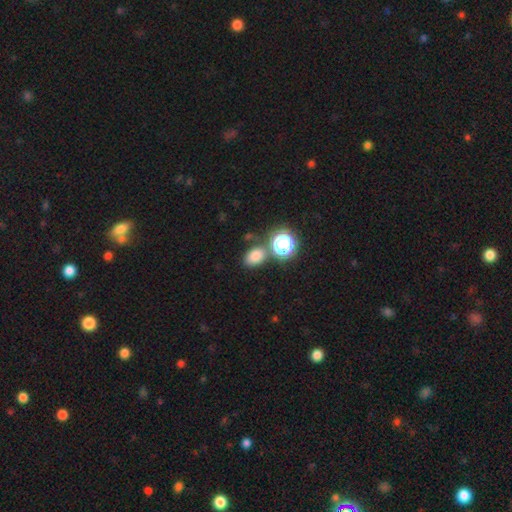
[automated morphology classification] smooth_or_featured: smooth (p=0.76) [alt: star or artifact p=0.18]
how_rounded: in between (p=0.67) [alt: round p=0.32]
merging: none (p=0.72) [alt: merger p=0.13]